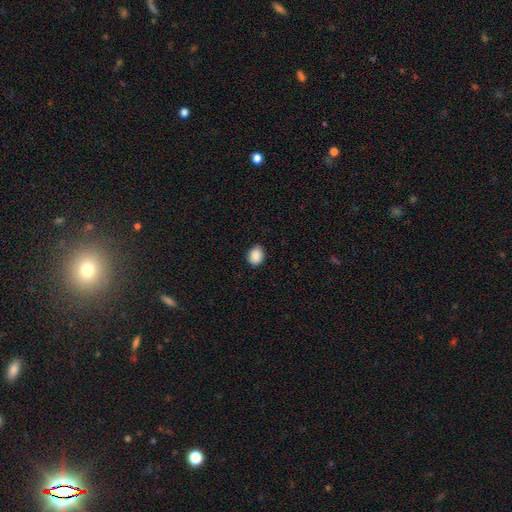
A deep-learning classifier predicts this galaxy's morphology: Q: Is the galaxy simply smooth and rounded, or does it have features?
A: smooth — 89%.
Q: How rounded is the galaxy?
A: round — 53%.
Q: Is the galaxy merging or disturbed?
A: none — 88%.